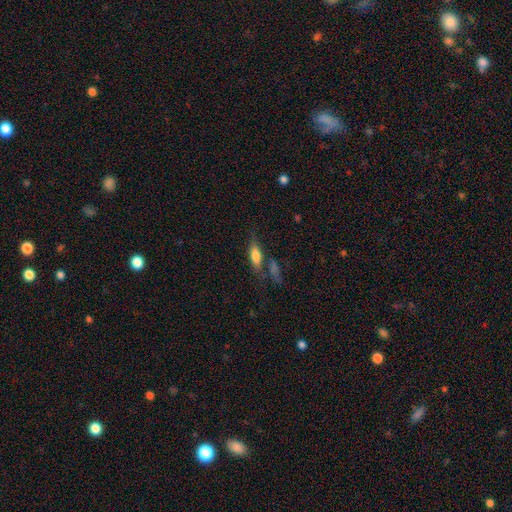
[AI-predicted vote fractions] smooth 65%, featured or disk 27%, star or artifact 8%. Down the decision tree: how rounded — in between (56%); merging — none (57%).